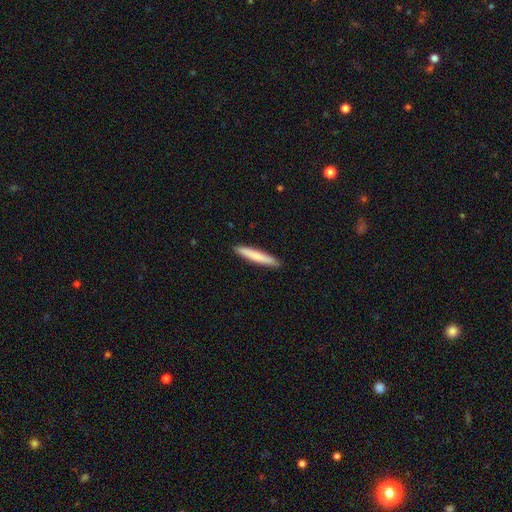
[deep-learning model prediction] smooth-or-featured: smooth: 78% | featured or disk: 16% | star or artifact: 5%
  how-rounded: cigar-shaped: 95% | in between: 4% | round: 1%
  merging: none: 92% | minor disturbance: 6% | major disturbance: 1% | merger: 1%